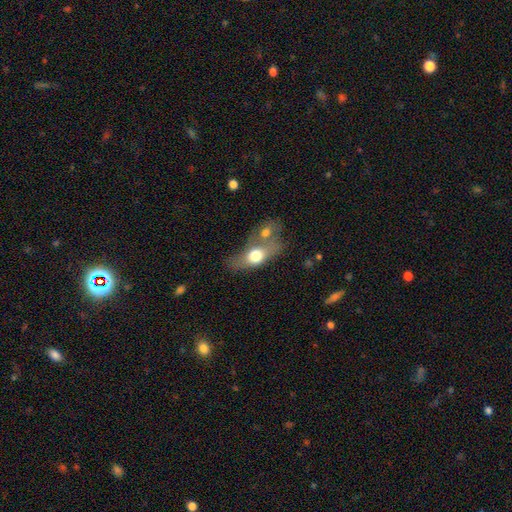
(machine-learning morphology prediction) This appears to be a smooth galaxy with no disk features (64%) that is in between round and cigar-shaped (71%). Merging: merger (46%).